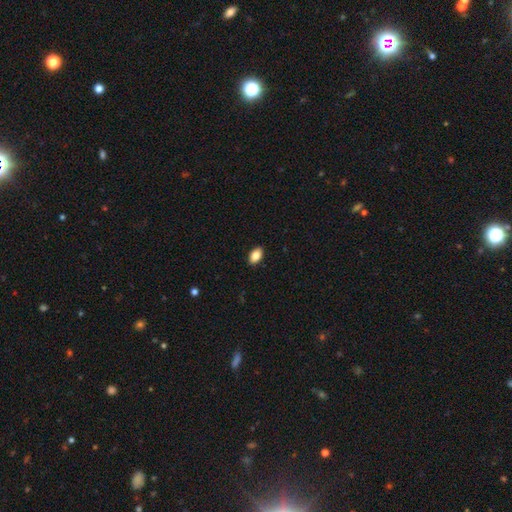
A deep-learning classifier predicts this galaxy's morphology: smooth-or-featured: smooth: 86% | star or artifact: 8% | featured or disk: 7%
  how-rounded: in between: 91% | round: 7% | cigar-shaped: 2%
  merging: none: 90% | minor disturbance: 7% | major disturbance: 2% | merger: 1%